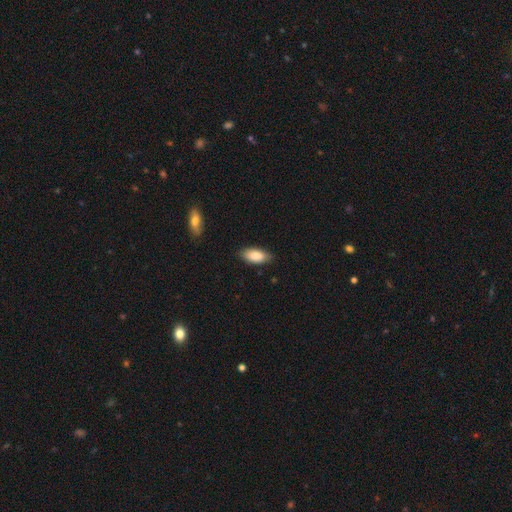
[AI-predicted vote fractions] smooth 86%, featured or disk 8%, star or artifact 6%. Down the decision tree: how rounded — in between (89%); merging — none (83%).